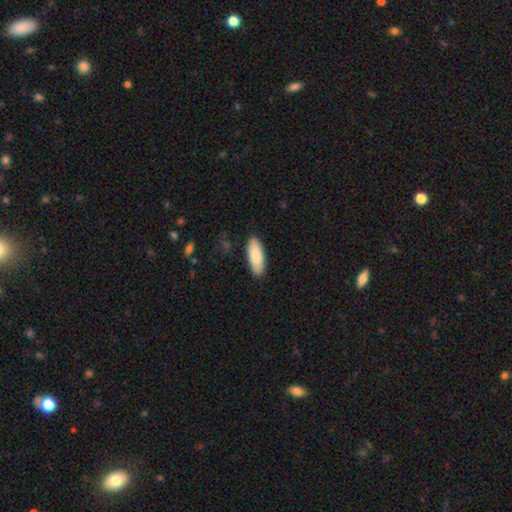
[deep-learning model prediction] Overall: smooth (87%). How rounded: in between (69%; cigar-shaped 29%). Merging: none (88%).